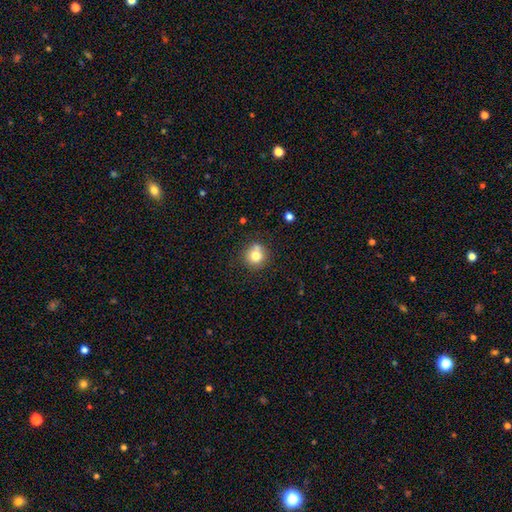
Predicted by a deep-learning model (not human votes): smooth-or-featured: smooth: 76% | featured or disk: 13% | star or artifact: 12%
  how-rounded: round: 91% | in between: 8% | cigar-shaped: 1%
  merging: none: 71% | merger: 14% | minor disturbance: 12% | major disturbance: 3%